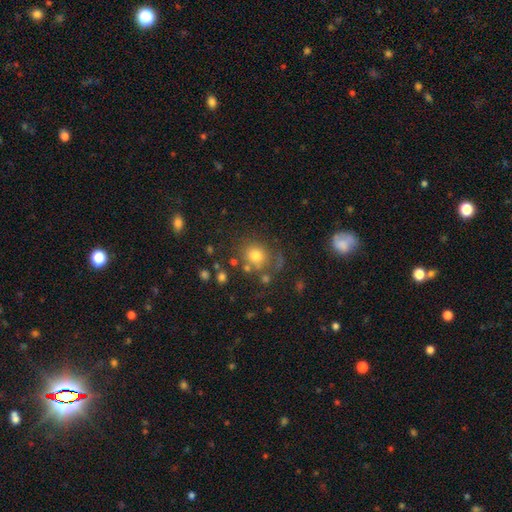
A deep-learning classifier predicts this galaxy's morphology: Smooth or featured?
  - smooth: 72% *
  - star or artifact: 15%
  - featured or disk: 12%
How rounded?
  - round: 77% *
  - in between: 22%
  - cigar-shaped: 1%
Merging?
  - none: 64% *
  - minor disturbance: 16%
  - merger: 11%
  - major disturbance: 9%